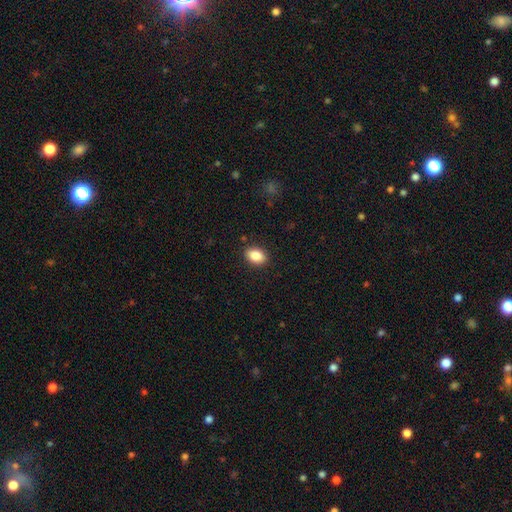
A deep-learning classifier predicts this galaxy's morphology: Smooth or featured? Predicted: smooth (p=0.87). How rounded? Predicted: in between (p=0.81). Merging? Predicted: none (p=0.89).